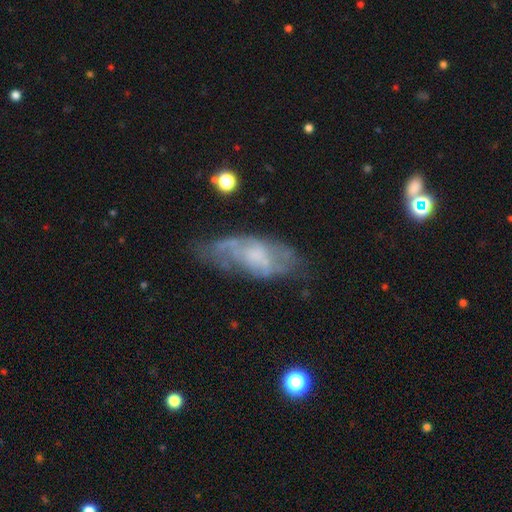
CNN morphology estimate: Smooth or featured? featured or disk (62%)
Edge-on disk? no (90%)
Bar? no (72%)
Spiral arms? yes (58%)
Bulge size? none (34%)
Merging? none (49%)